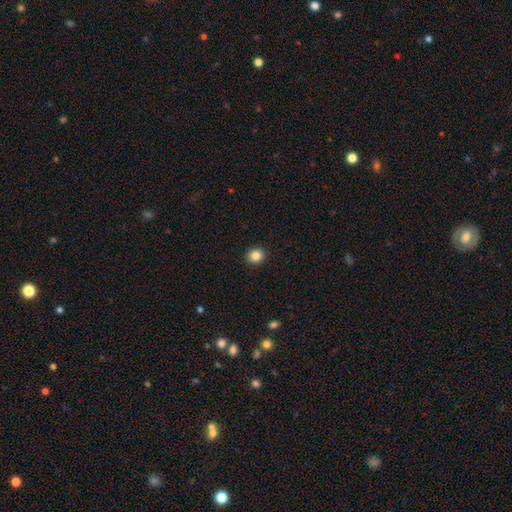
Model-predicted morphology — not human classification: Smooth or featured? Predicted: smooth (p=0.85). How rounded? Predicted: round (p=0.85). Merging? Predicted: none (p=0.92).